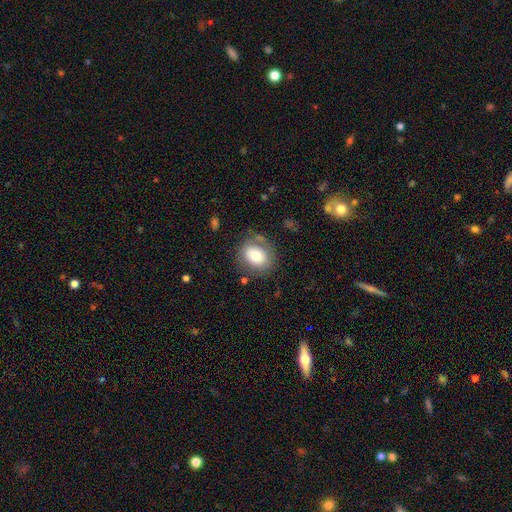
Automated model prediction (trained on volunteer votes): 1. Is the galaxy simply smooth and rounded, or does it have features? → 71% smooth, 20% featured or disk, 9% star or artifact.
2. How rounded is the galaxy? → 54% round, 45% in between, 1% cigar-shaped.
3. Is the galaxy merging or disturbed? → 72% none, 17% minor disturbance, 8% major disturbance, 4% merger.